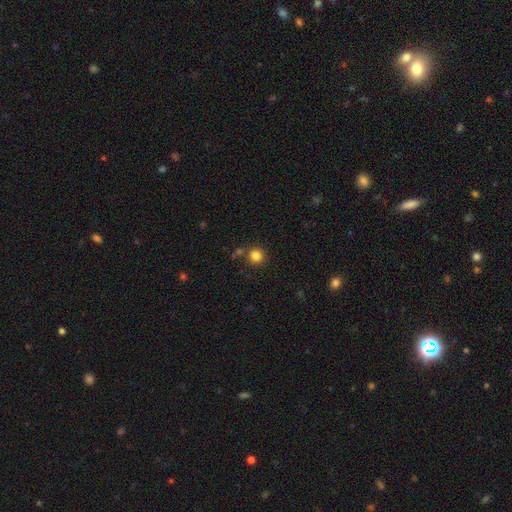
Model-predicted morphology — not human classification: A smooth galaxy with no disk features (83%) that is round (94%).

Vote fractions:
- Smooth or featured? smooth: 83% / star or artifact: 12% / featured or disk: 5%
- How rounded? round: 94% / in between: 5% / cigar-shaped: 1%
- Merging? none: 82% / minor disturbance: 8% / merger: 8% / major disturbance: 3%